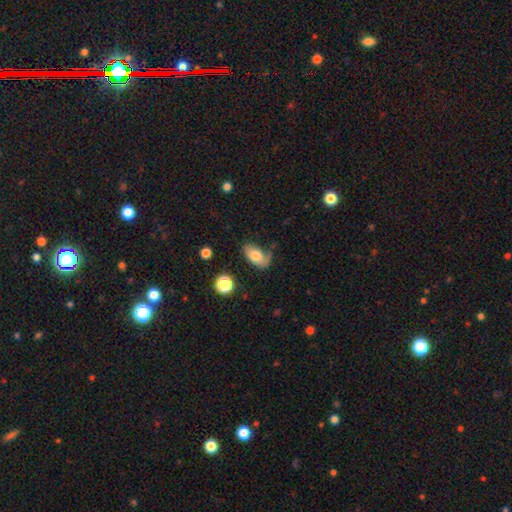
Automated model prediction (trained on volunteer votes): smooth 68%, featured or disk 24%, star or artifact 9%. Down the decision tree: how rounded — in between (90%); merging — none (49%).